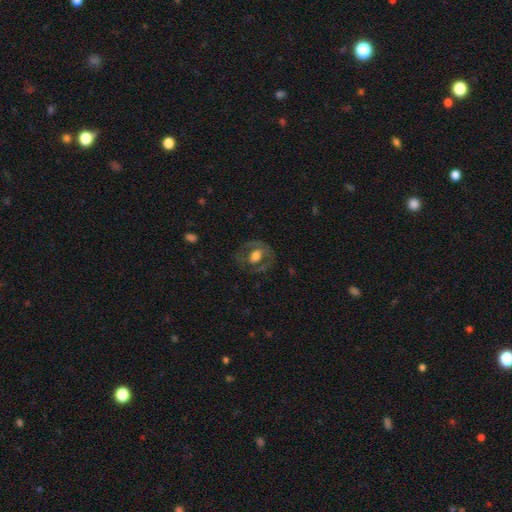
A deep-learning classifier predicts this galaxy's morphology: The model was most divided on "smooth or featured": featured or disk: 50%, smooth: 42%, star or artifact: 8%. More confident: merging — none (67%).